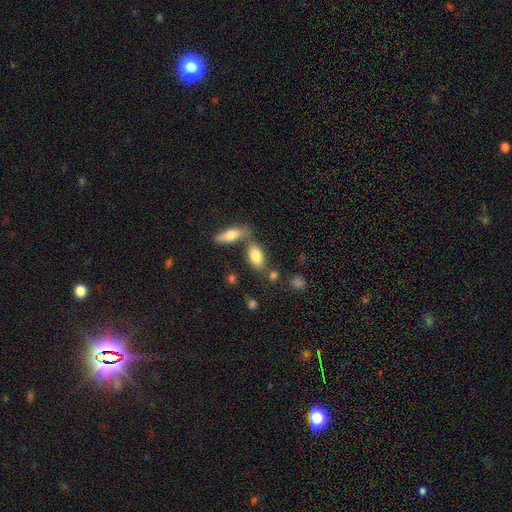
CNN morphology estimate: Smooth or featured?
  - smooth: 79% *
  - featured or disk: 14%
  - star or artifact: 7%
How rounded?
  - in between: 86% *
  - cigar-shaped: 11%
  - round: 4%
Merging?
  - none: 49% *
  - merger: 34%
  - minor disturbance: 12%
  - major disturbance: 5%